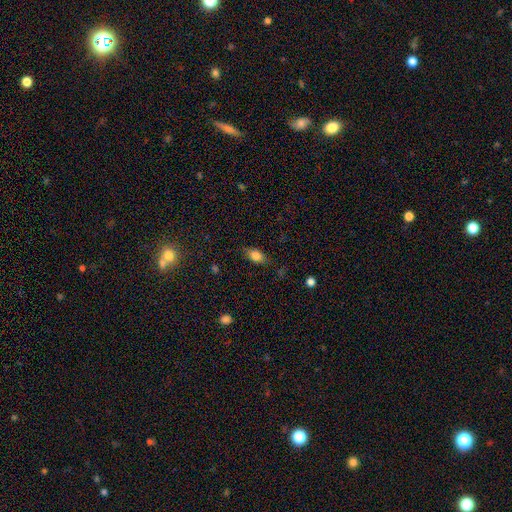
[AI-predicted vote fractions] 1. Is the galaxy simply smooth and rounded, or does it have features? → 78% smooth, 12% featured or disk, 10% star or artifact.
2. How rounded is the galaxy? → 81% in between, 11% round, 8% cigar-shaped.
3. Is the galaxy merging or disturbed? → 73% none, 19% minor disturbance, 6% major disturbance, 2% merger.